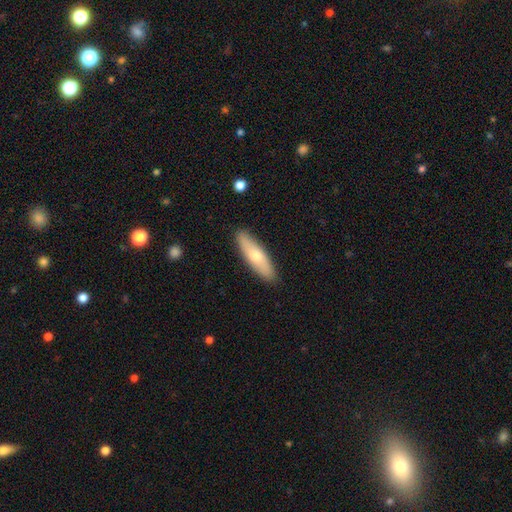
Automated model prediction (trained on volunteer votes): This is likely a smooth galaxy (64%). How rounded: likely cigar-shaped (62%). Merging: clearly none (89%).